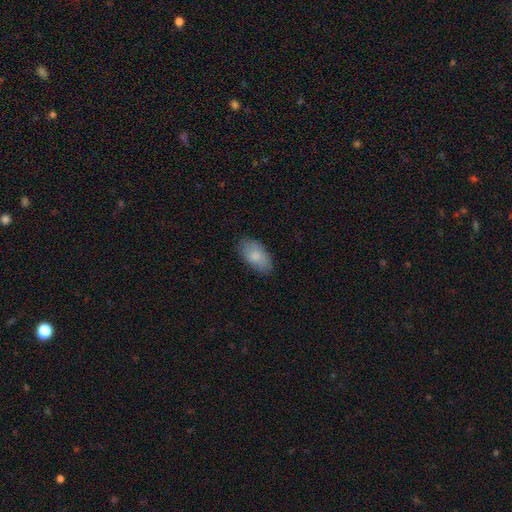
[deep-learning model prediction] smooth-or-featured: smooth: 83% | featured or disk: 11% | star or artifact: 6%
  how-rounded: in between: 94% | round: 3% | cigar-shaped: 3%
  merging: none: 82% | minor disturbance: 14% | major disturbance: 3% | merger: 1%